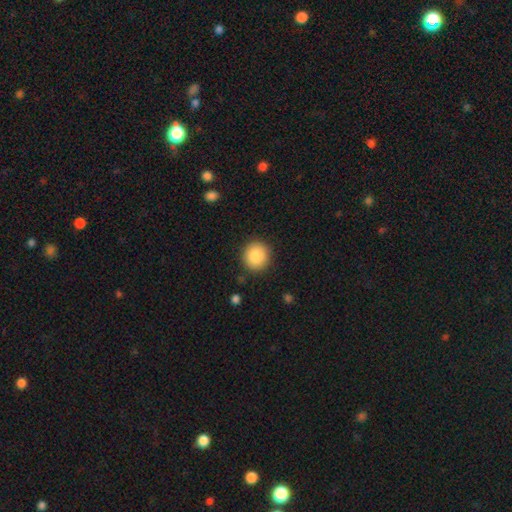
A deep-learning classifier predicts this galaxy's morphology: smooth_or_featured: smooth (p=0.87) [alt: star or artifact p=0.08]
how_rounded: round (p=0.91) [alt: in between p=0.08]
merging: none (p=0.89) [alt: minor disturbance p=0.07]